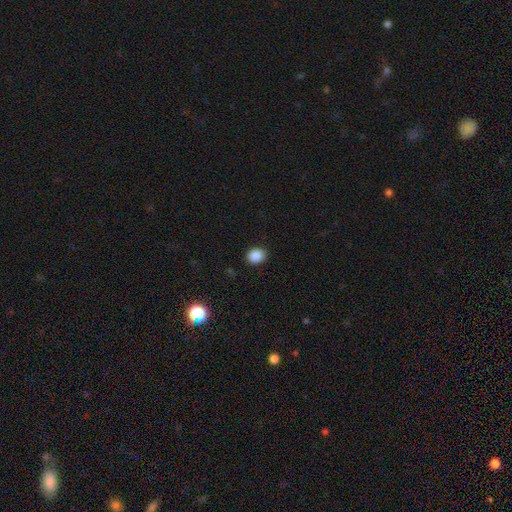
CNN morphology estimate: Smooth or featured? Predicted: smooth (p=0.88). How rounded? Predicted: round (p=0.58). Merging? Predicted: none (p=0.87).